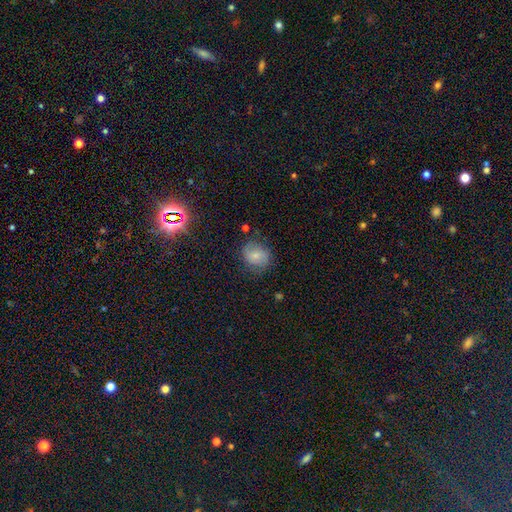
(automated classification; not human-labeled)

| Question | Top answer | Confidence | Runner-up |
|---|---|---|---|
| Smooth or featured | smooth | 63% | featured or disk (27%) |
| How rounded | round | 69% | in between (30%) |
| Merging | none | 70% | minor disturbance (21%) |